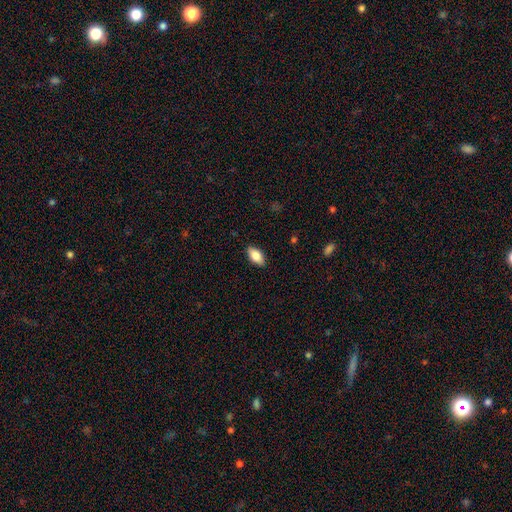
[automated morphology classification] Overall: smooth (82%). How rounded: in between (91%). Merging: none (88%).